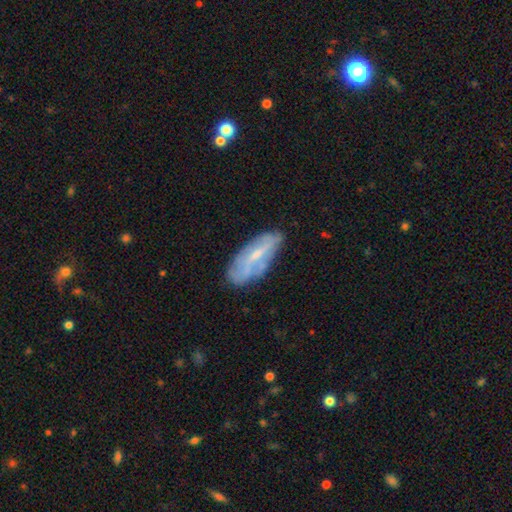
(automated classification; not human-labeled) This appears to be a featured or disk galaxy (54%). Merging: none (65%).